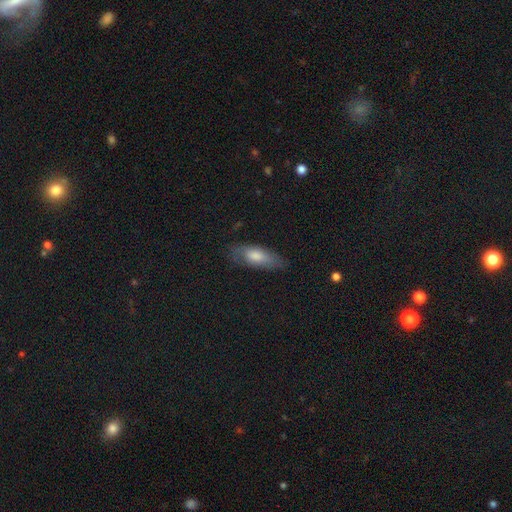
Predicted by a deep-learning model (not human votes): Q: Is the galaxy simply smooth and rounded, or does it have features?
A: smooth — 67%.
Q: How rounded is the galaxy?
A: in between — 67%.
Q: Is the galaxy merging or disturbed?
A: none — 74%.